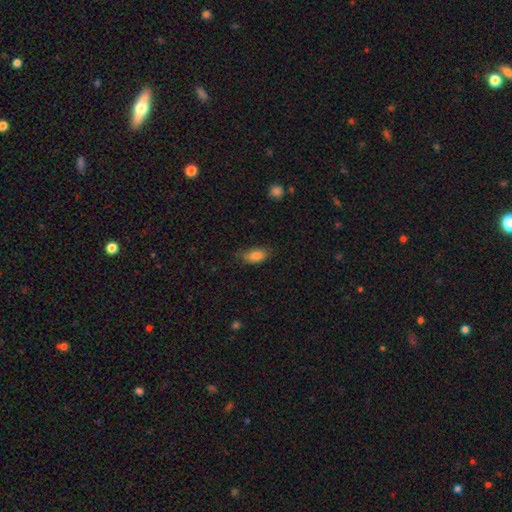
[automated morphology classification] Smooth or featured?
  - smooth: 85% *
  - featured or disk: 8%
  - star or artifact: 8%
How rounded?
  - in between: 89% *
  - cigar-shaped: 6%
  - round: 5%
Merging?
  - none: 74% *
  - minor disturbance: 20%
  - major disturbance: 4%
  - merger: 1%